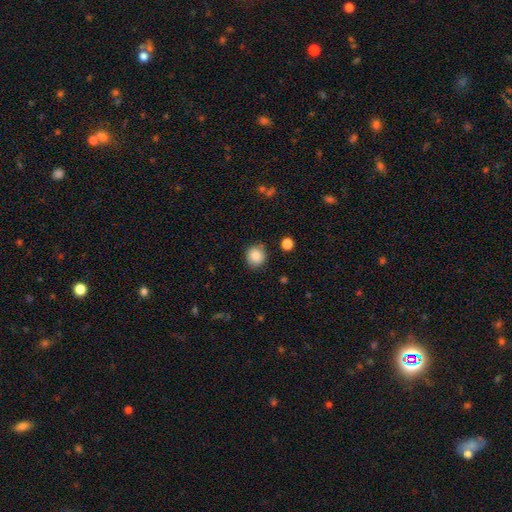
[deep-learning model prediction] Smooth or featured: smooth — 87% (star or artifact — 9%)
How rounded: round — 86% (in between — 13%)
Merging: none — 82% (minor disturbance — 12%)